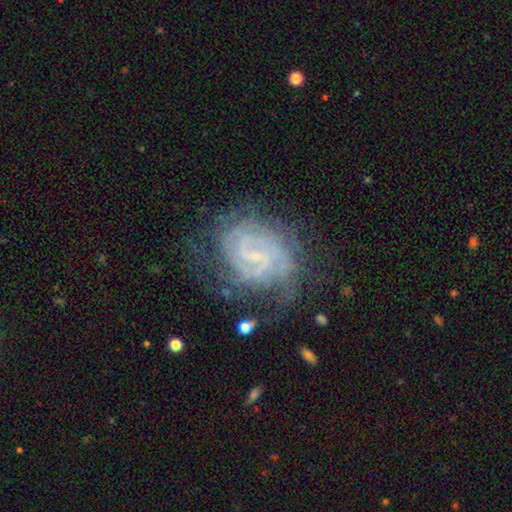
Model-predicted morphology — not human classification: type=featured or disk (85%); edge-on=no (98%); bar=weak (55%); spiral arms=yes (95%); winding=tight (67%); arm count=can't tell (33%, tied with 2); bulge=small (73%); merging=none (65%).